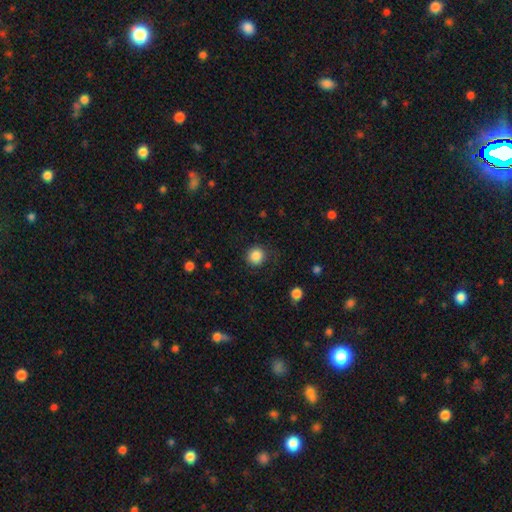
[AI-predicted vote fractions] Smooth or featured: smooth — 86% (star or artifact — 10%)
How rounded: round — 92% (in between — 7%)
Merging: none — 82% (minor disturbance — 12%)